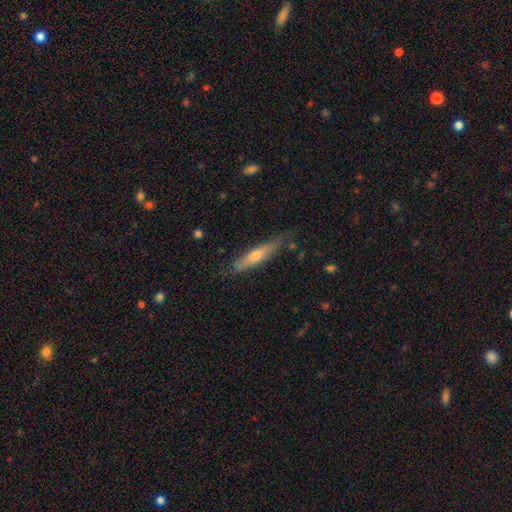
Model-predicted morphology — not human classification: smooth_or_featured: featured or disk (p=0.47) [tied with: smooth p=0.47]
merging: none (p=0.74) [alt: minor disturbance p=0.20]